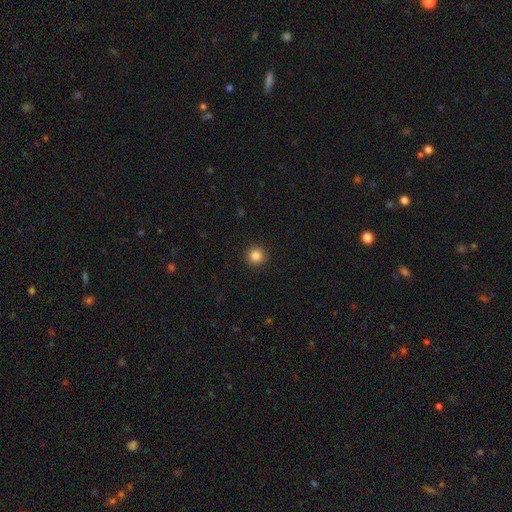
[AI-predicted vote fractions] smooth-or-featured: smooth: 85% | star or artifact: 11% | featured or disk: 4%
  how-rounded: round: 95% | in between: 4% | cigar-shaped: 1%
  merging: none: 93% | minor disturbance: 4% | major disturbance: 2% | merger: 1%